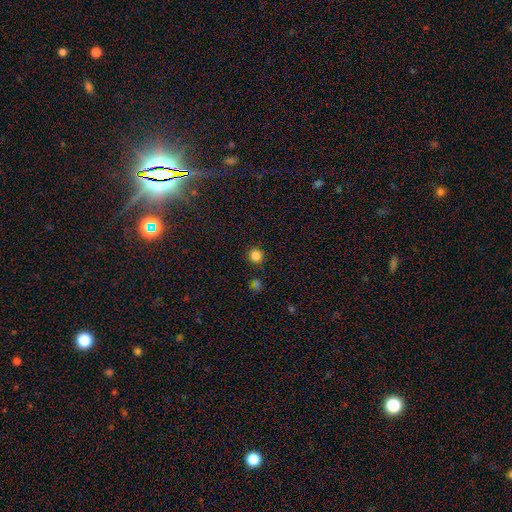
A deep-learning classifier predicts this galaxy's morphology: smooth 83%, star or artifact 13%, featured or disk 4%. Down the decision tree: how rounded — round (94%); merging — none (89%).